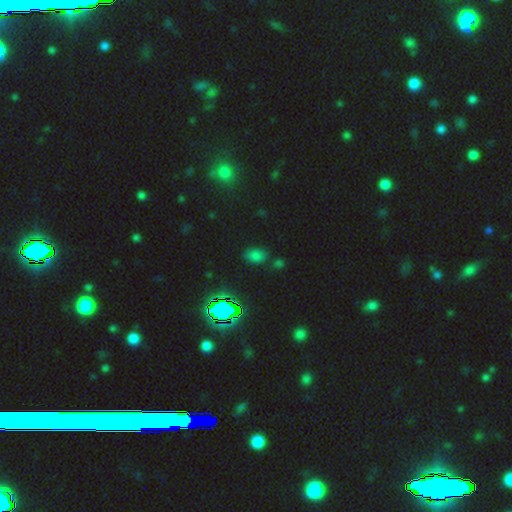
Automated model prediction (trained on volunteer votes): The model was most divided on "smooth or featured": smooth: 51%, star or artifact: 41%, featured or disk: 8%. More confident: merging — none (79%); how rounded — in between (76%).